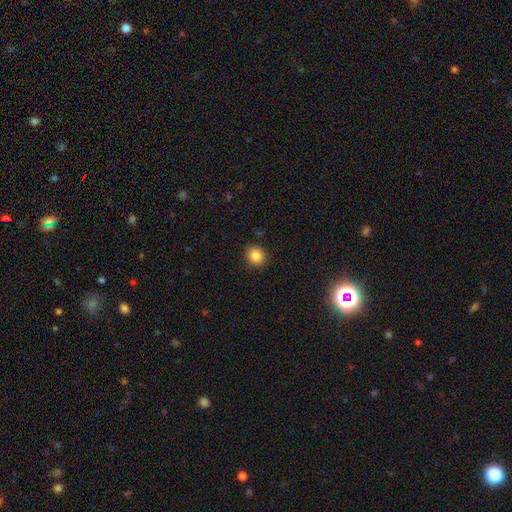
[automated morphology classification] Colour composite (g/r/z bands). It shows a smooth galaxy with no disk features (85%) that is round (88%). Merging: none (91%).